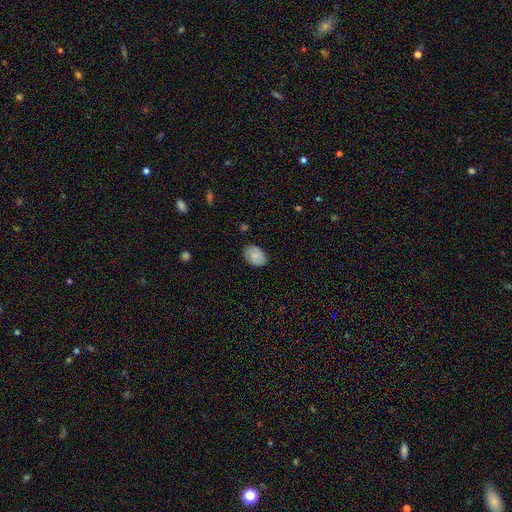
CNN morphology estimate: smooth_or_featured: smooth (p=0.76) [alt: featured or disk p=0.17]
how_rounded: in between (p=0.85) [alt: round p=0.14]
merging: none (p=0.81) [alt: minor disturbance p=0.15]